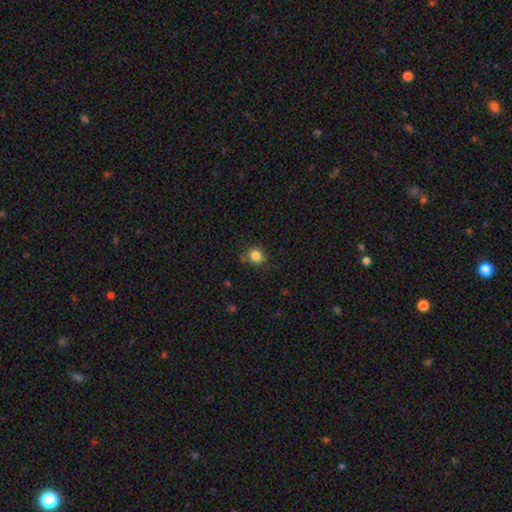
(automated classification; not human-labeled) smooth-or-featured: smooth: 84% | star or artifact: 11% | featured or disk: 5%
  how-rounded: round: 82% | in between: 17% | cigar-shaped: 1%
  merging: none: 81% | minor disturbance: 12% | merger: 4% | major disturbance: 3%